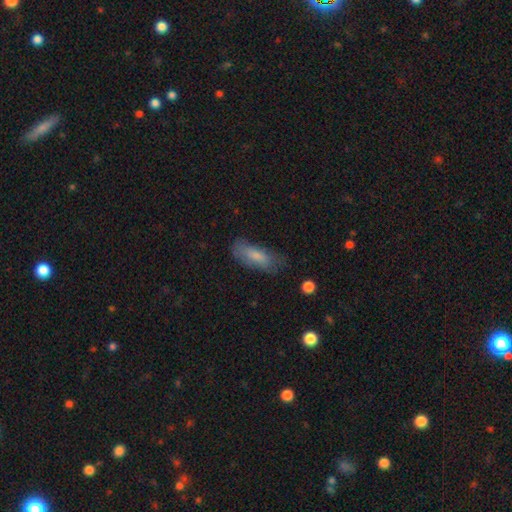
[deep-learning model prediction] Smooth or featured?
  - smooth: 76% *
  - featured or disk: 17%
  - star or artifact: 7%
How rounded?
  - in between: 66% *
  - cigar-shaped: 32%
  - round: 2%
Merging?
  - none: 64% *
  - minor disturbance: 25%
  - major disturbance: 9%
  - merger: 2%